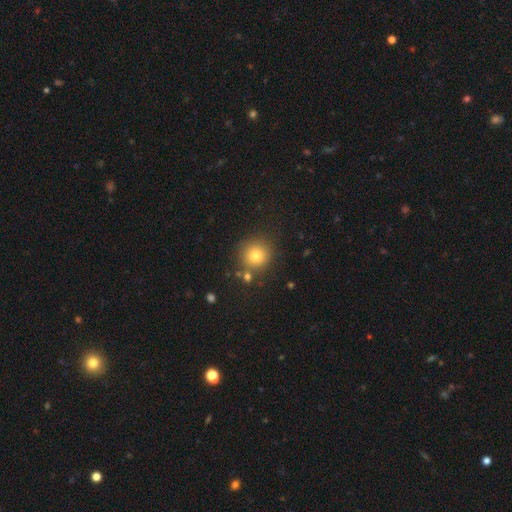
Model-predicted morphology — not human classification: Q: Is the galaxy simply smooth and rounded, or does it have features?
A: smooth — 78%.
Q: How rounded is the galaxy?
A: round — 92%.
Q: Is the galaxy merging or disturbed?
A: none — 81%.